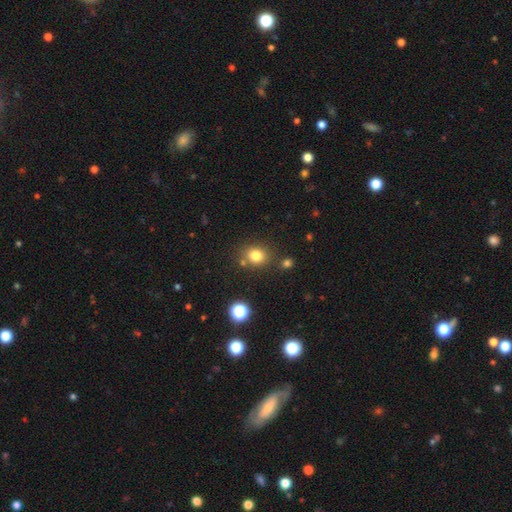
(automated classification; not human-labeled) Smooth or featured? smooth (79%)
How rounded? round (70%)
Merging? none (78%)